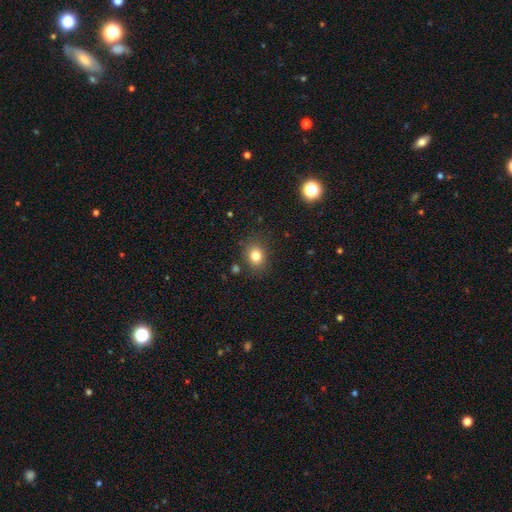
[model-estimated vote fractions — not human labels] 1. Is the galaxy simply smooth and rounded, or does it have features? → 80% smooth, 13% star or artifact, 8% featured or disk.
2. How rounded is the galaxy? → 57% round, 42% in between, 1% cigar-shaped.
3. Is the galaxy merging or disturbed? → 84% none, 10% minor disturbance, 3% major disturbance, 2% merger.